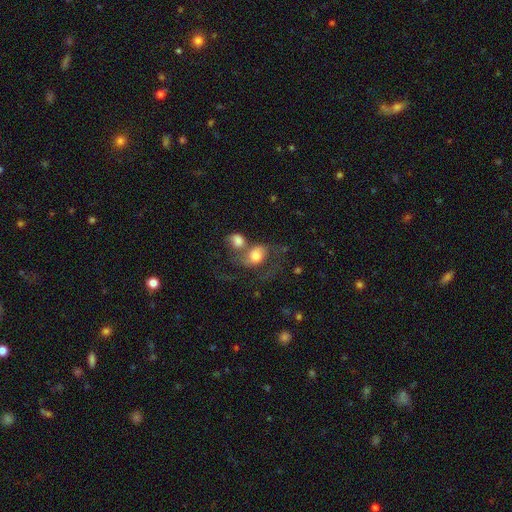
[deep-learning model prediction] A smooth galaxy with no disk features (53%) that is in between round and cigar-shaped (53%). Merging: merger (56%).